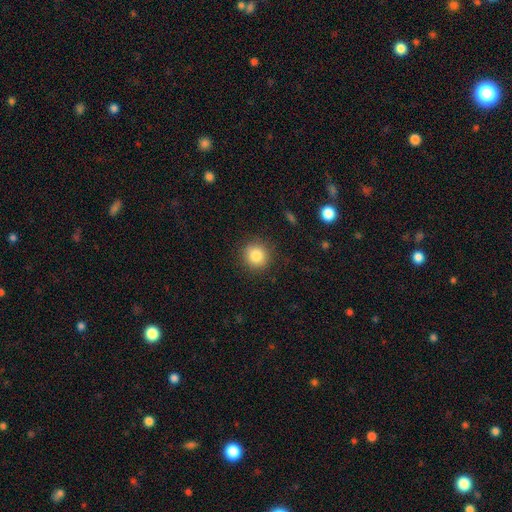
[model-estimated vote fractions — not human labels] The model was most divided on "smooth or featured": smooth: 84%, star or artifact: 10%, featured or disk: 6%. More confident: how rounded — round (92%); merging — none (89%).